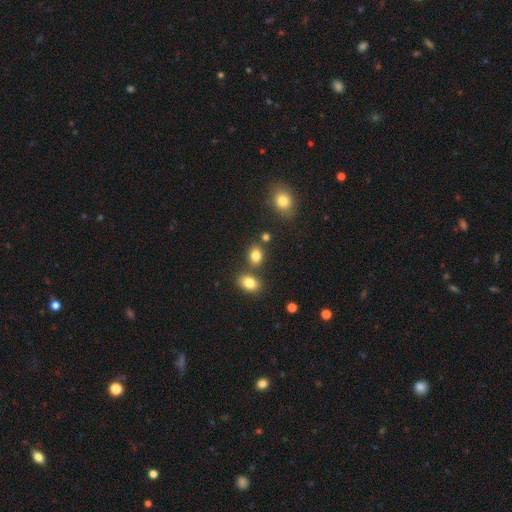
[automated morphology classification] Smooth or featured? Predicted: smooth (p=0.83). How rounded? Predicted: in between (p=0.54). Merging? Predicted: none (p=0.72).